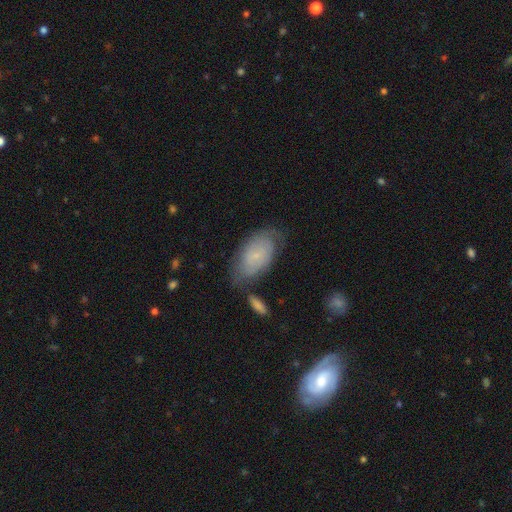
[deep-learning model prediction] Smooth or featured? Predicted: smooth (p=0.51). How rounded? Predicted: in between (p=0.93). Merging? Predicted: none (p=0.60).